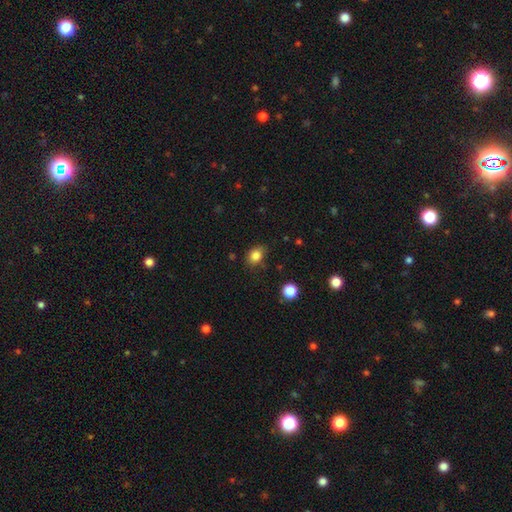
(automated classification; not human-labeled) This is clearly a smooth galaxy (84%). How rounded: possibly in between (54%). Merging: likely none (73%).